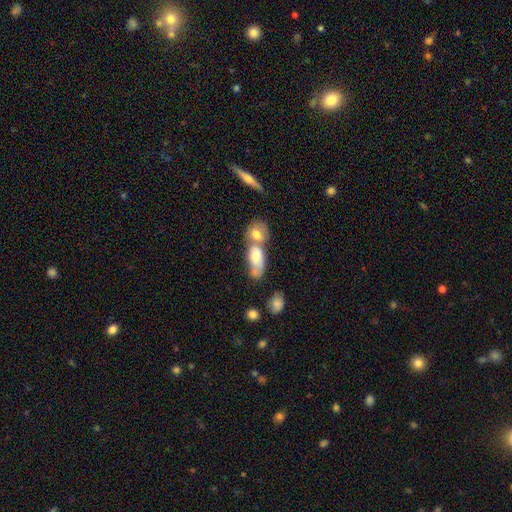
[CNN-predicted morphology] Smooth or featured?
  - smooth: 56% *
  - featured or disk: 35%
  - star or artifact: 9%
How rounded?
  - in between: 71% *
  - cigar-shaped: 18%
  - round: 11%
Merging?
  - merger: 57% *
  - none: 27%
  - minor disturbance: 11%
  - major disturbance: 5%